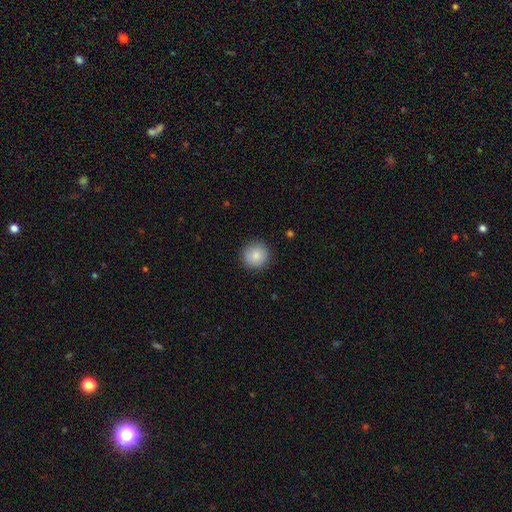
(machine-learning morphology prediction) Smooth or featured? Predicted: smooth (p=0.85). How rounded? Predicted: round (p=0.94). Merging? Predicted: none (p=0.89).